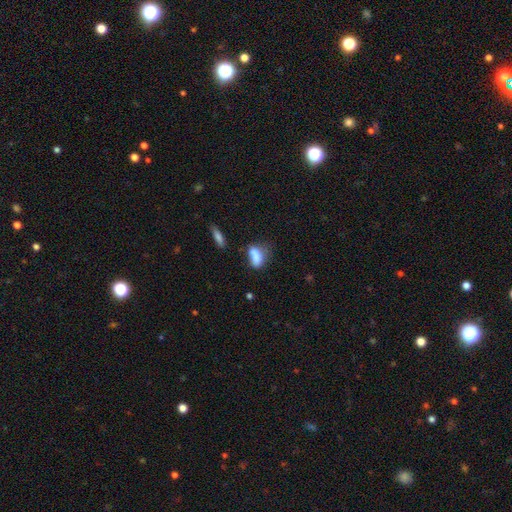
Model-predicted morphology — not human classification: Smooth or featured?
  - smooth: 78% *
  - featured or disk: 12%
  - star or artifact: 10%
How rounded?
  - in between: 80% *
  - cigar-shaped: 12%
  - round: 7%
Merging?
  - none: 36% *
  - minor disturbance: 28%
  - major disturbance: 18%
  - merger: 18%